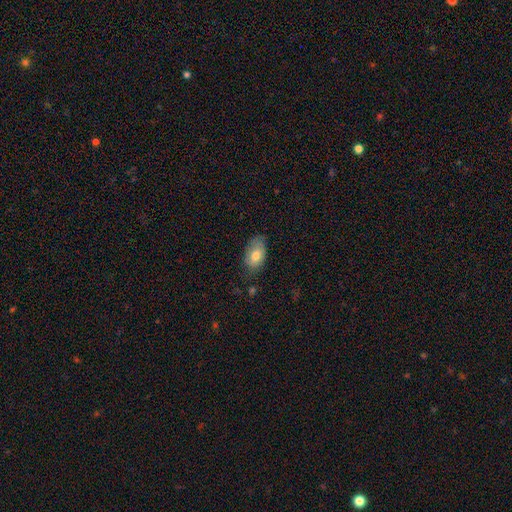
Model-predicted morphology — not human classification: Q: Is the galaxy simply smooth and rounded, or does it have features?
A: smooth — 72%.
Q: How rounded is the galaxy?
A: in between — 93%.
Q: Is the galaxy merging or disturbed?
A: none — 66%.